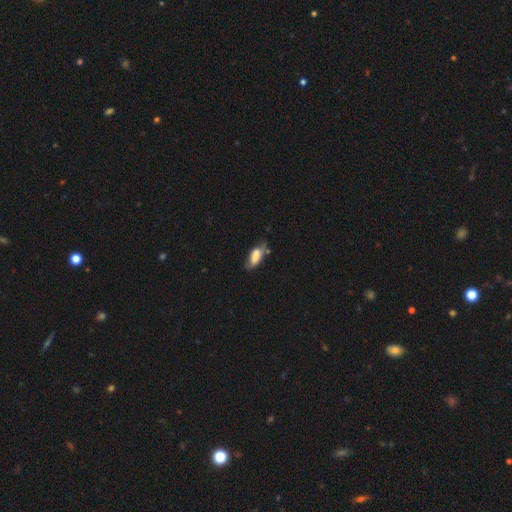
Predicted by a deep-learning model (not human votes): A smooth galaxy with no disk features (75%) that is in between round and cigar-shaped (77%).

Vote fractions:
- Smooth or featured? smooth: 75% / featured or disk: 17% / star or artifact: 8%
- How rounded? in between: 77% / cigar-shaped: 20% / round: 3%
- Merging? none: 47% / minor disturbance: 34% / major disturbance: 12% / merger: 7%